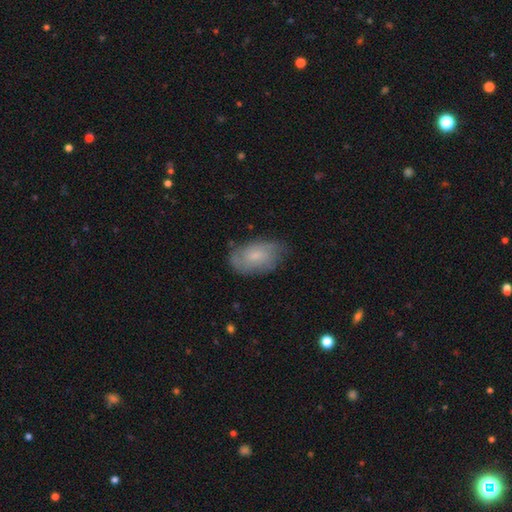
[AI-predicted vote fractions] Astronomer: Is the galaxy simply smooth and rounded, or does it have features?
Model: smooth — 54% (runner-up: featured or disk, 38%).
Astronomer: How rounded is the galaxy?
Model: in between — 92%.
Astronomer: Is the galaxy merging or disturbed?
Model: none — 68%.